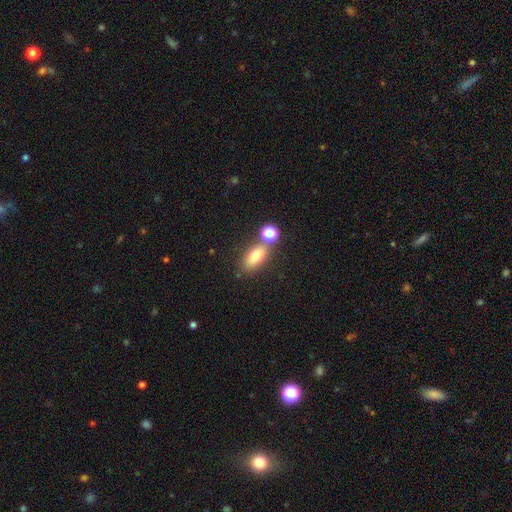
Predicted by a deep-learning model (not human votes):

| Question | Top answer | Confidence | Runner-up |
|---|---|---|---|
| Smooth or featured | smooth | 73% | featured or disk (16%) |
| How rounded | in between | 76% | cigar-shaped (14%) |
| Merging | none | 65% | merger (18%) |